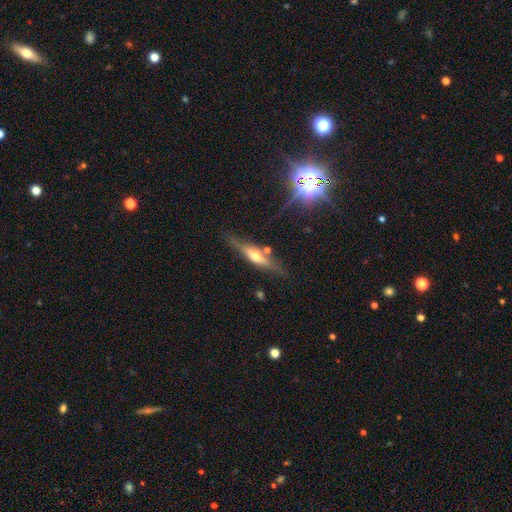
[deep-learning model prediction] featured or disk 63%, smooth 28%, star or artifact 9%. Down the decision tree: edge-on disk — yes (93%); edge-on bulge — rounded (84%); merging — none (76%).